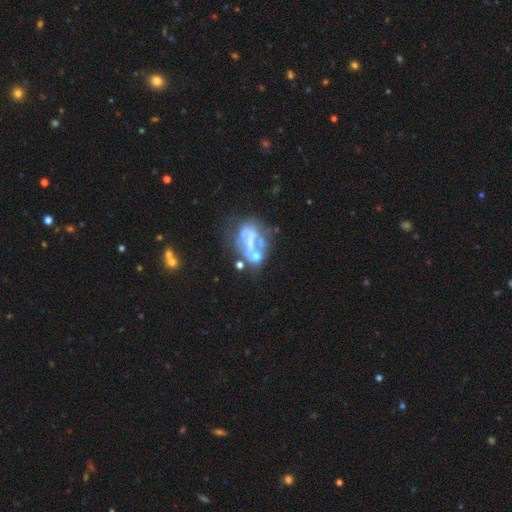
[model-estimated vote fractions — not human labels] Smooth or featured?
  - featured or disk: 59% *
  - smooth: 23%
  - star or artifact: 18%
Edge-on disk?
  - no: 97% *
  - yes: 3%
Bar?
  - no: 78% *
  - weak: 12%
  - strong: 10%
Spiral arms?
  - no: 86% *
  - yes: 14%
Bulge size?
  - none: 64% *
  - moderate: 15%
  - small: 14%
  - large: 4%
  - dominant: 2%
Merging?
  - major disturbance: 30% * (tied)
  - merger: 30% * (tied)
  - none: 26%
  - minor disturbance: 13%